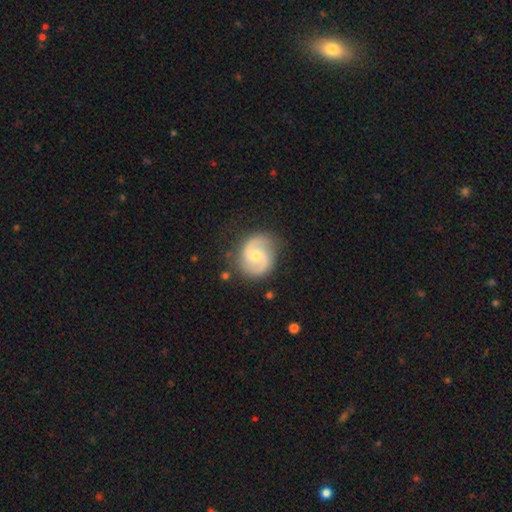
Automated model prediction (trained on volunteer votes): smooth-or-featured: featured or disk: 86% | smooth: 9% | star or artifact: 5%
  disk-edge-on: no: 98% | yes: 2%
    bar: no: 60% | weak: 34% | strong: 6%
    has-spiral-arms: yes: 97% | no: 3%
      spiral-winding: medium: 55% | tight: 31% | loose: 14%
      spiral-arm-count: 2: 92% | can't tell: 3% | 1: 2% | 3: 2% | 4: 1% | more than 4: 1%
    bulge-size: moderate: 55% | small: 41% | large: 2% | none: 1% | dominant: 1%
  merging: none: 82% | minor disturbance: 13% | major disturbance: 4% | merger: 1%